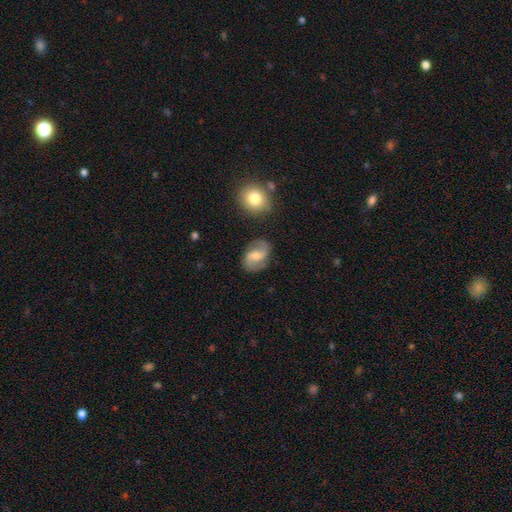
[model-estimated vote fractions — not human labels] This is likely a featured or disk galaxy (70%). It is clearly not viewed edge-on (97%). Bar: possibly weak (53%). Spiral arm pattern: clearly yes (93%). Spiral arm count: clearly 2 (90%). Spiral winding: marginally medium (44%). Central bulge: possibly moderate (54%). Merging: likely none (79%).